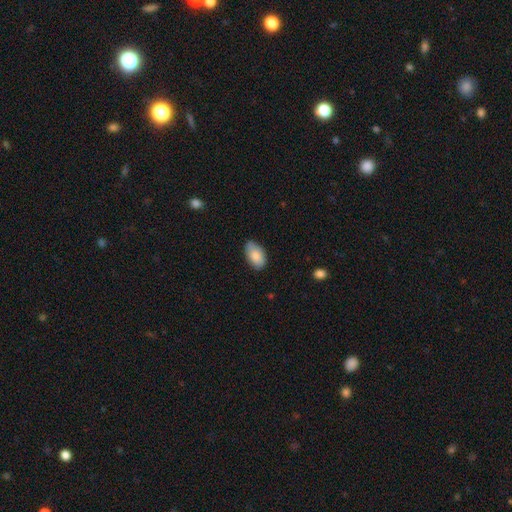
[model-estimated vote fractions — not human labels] Overall: smooth (85%). How rounded: in between (94%). Merging: none (75%).